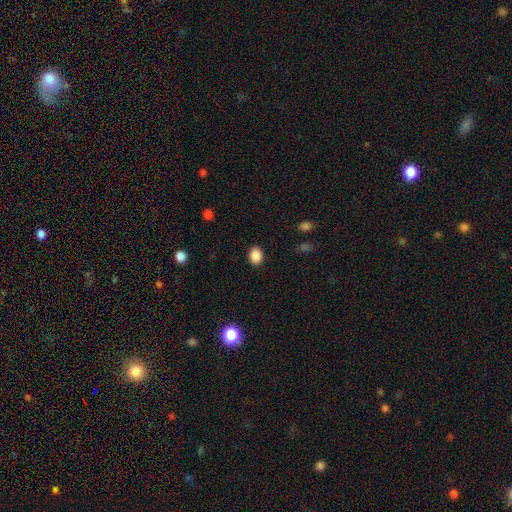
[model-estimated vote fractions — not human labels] Smooth or featured? Predicted: smooth (p=0.88). How rounded? Predicted: in between (p=0.68). Merging? Predicted: none (p=0.89).